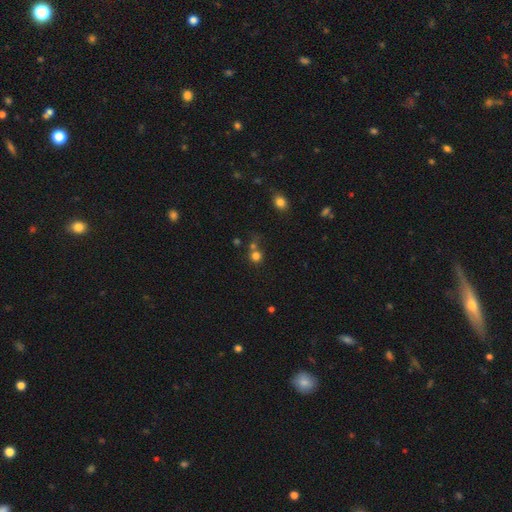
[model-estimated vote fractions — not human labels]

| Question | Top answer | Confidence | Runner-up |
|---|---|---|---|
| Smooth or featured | smooth | 75% | star or artifact (17%) |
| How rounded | round | 89% | in between (10%) |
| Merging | none | 58% | merger (29%) |